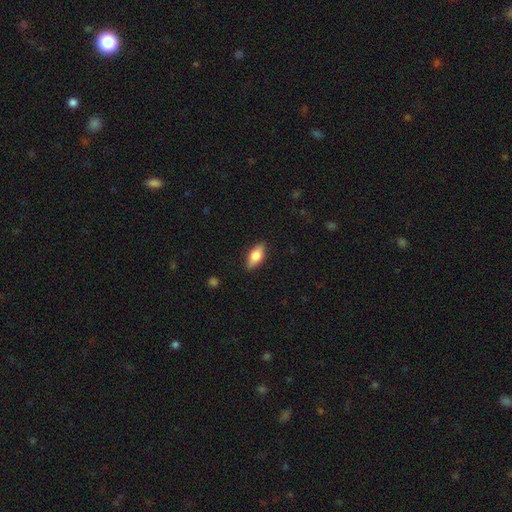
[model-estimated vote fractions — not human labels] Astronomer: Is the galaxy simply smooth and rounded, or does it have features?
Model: smooth — 70%.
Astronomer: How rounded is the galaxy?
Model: in between — 81%.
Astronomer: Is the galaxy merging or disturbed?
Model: none — 87%.